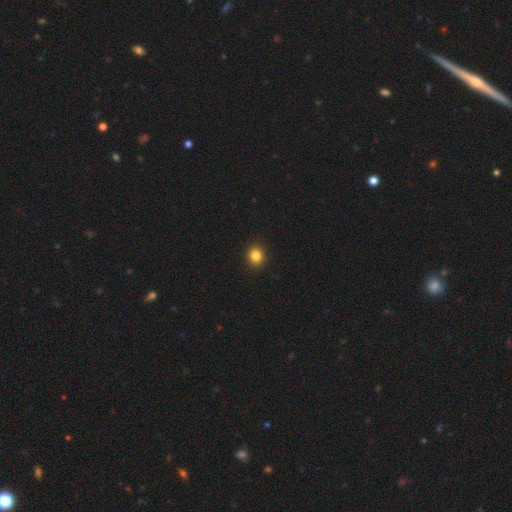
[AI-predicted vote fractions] smooth 84%, star or artifact 11%, featured or disk 4%. Down the decision tree: how rounded — round (76%); merging — none (92%).